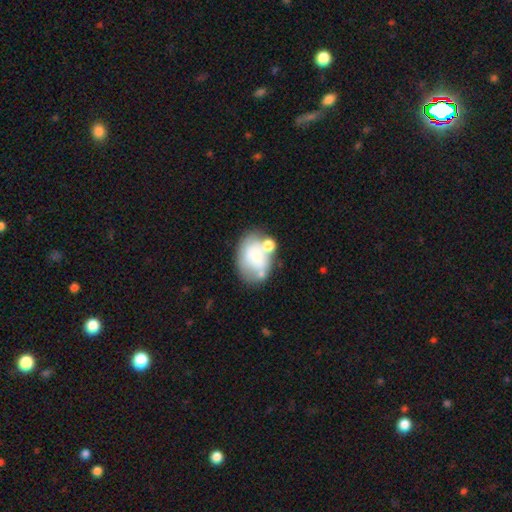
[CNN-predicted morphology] type=smooth (60%); roundness=in between (72%); merging=none (42%).